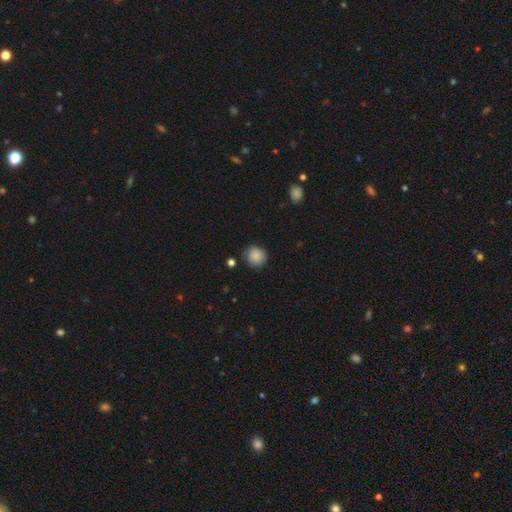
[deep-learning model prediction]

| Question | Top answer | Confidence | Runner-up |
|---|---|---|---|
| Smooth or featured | smooth | 86% | star or artifact (8%) |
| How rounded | round | 90% | in between (9%) |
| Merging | none | 79% | minor disturbance (15%) |